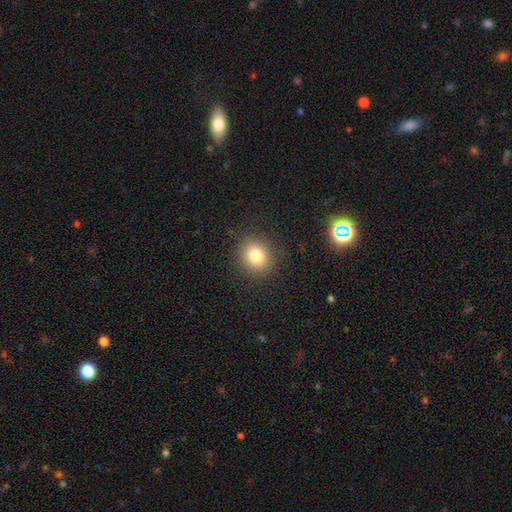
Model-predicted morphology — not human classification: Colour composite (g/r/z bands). It shows a smooth galaxy with no disk features (81%) that is round (78%). Merging: none (88%).